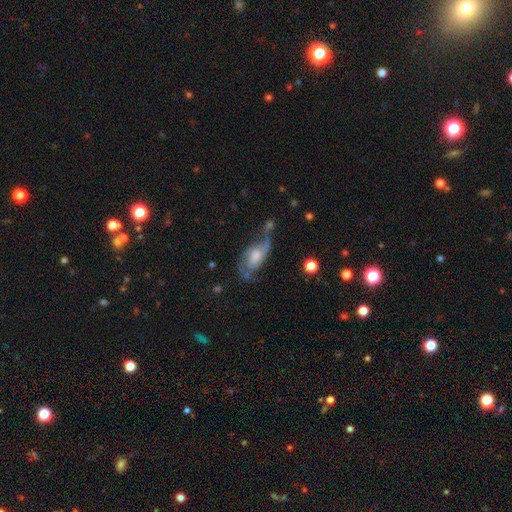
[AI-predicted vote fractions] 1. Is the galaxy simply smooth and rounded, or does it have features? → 72% featured or disk, 20% smooth, 7% star or artifact.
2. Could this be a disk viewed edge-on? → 94% no, 6% yes.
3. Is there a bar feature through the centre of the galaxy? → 54% no, 37% weak, 9% strong.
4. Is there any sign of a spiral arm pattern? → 89% yes, 11% no.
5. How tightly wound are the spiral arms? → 55% loose, 35% medium, 11% tight.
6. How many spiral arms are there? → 81% 2, 8% 1, 6% can't tell, 2% 3, 1% 4, 1% more than 4.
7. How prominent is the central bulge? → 35% moderate, 26% large, 21% small, 14% none, 3% dominant.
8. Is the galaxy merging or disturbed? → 37% none, 29% major disturbance, 24% minor disturbance, 10% merger.